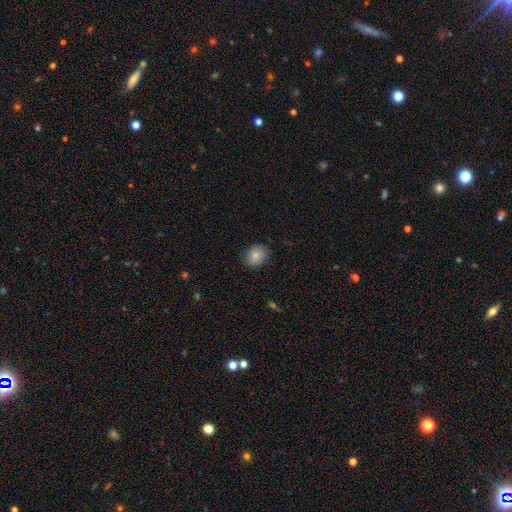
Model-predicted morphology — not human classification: A smooth galaxy with no disk features (82%) that is round (57%).

Vote fractions:
- Smooth or featured? smooth: 82% / featured or disk: 10% / star or artifact: 8%
- How rounded? round: 57% / in between: 42% / cigar-shaped: 1%
- Merging? none: 83% / minor disturbance: 13% / major disturbance: 3% / merger: 1%